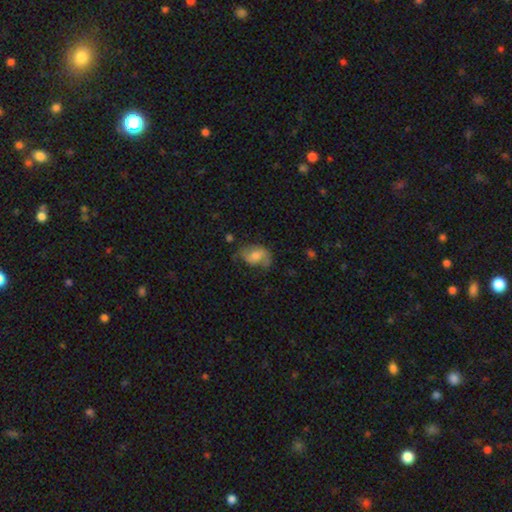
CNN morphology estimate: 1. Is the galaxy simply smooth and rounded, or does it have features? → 57% smooth, 34% featured or disk, 8% star or artifact.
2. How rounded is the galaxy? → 81% in between, 18% round, 2% cigar-shaped.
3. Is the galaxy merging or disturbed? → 43% none, 33% minor disturbance, 21% major disturbance, 3% merger.